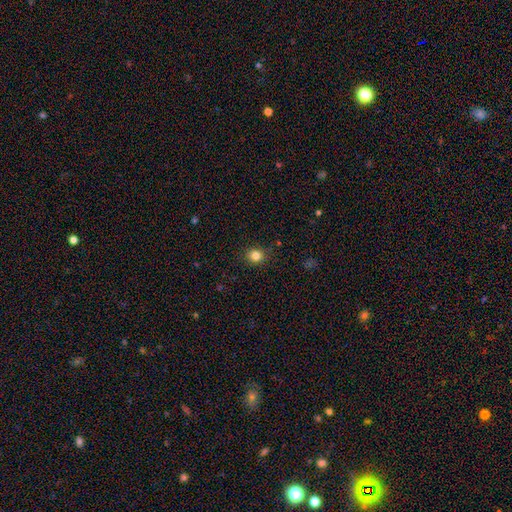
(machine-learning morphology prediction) Smooth or featured: smooth — 83% (star or artifact — 12%)
How rounded: round — 80% (in between — 19%)
Merging: none — 88% (minor disturbance — 9%)